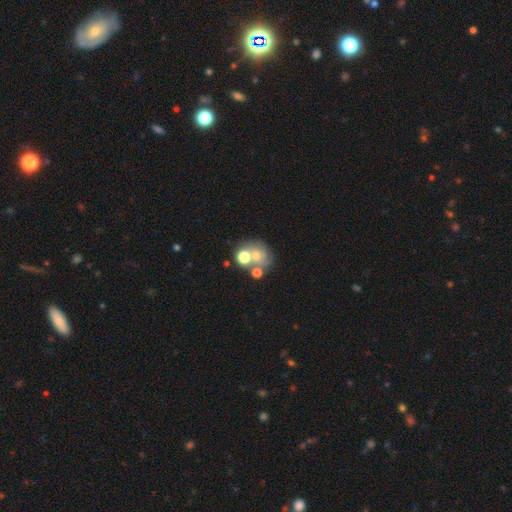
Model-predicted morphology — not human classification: Smooth or featured?
  - smooth: 55% *
  - featured or disk: 28%
  - star or artifact: 17%
How rounded?
  - round: 69% *
  - in between: 30%
  - cigar-shaped: 1%
Merging?
  - merger: 44% *
  - none: 37%
  - minor disturbance: 10%
  - major disturbance: 8%